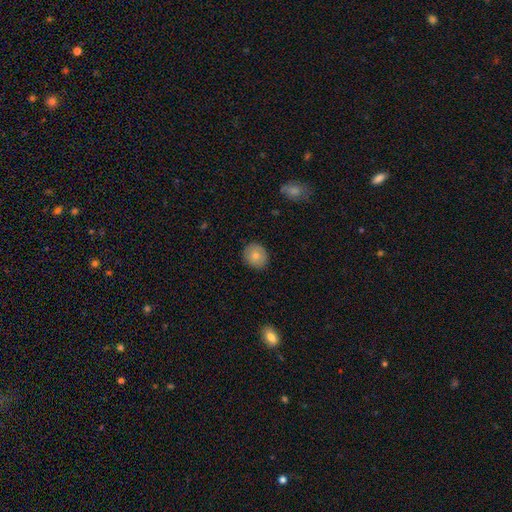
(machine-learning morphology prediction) type=smooth (80%); roundness=round (74%); merging=none (88%).